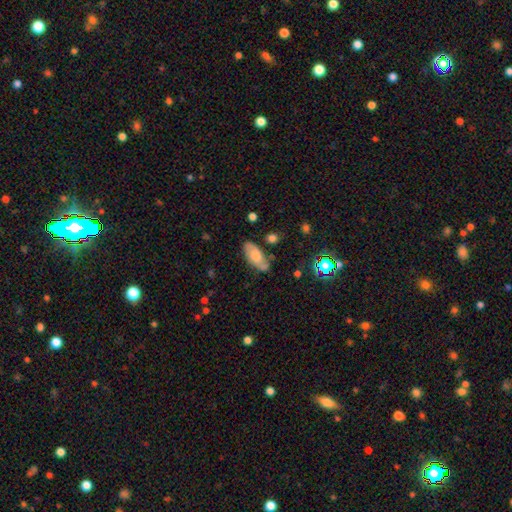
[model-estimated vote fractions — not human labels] smooth 63%, featured or disk 28%, star or artifact 8%. Down the decision tree: how rounded — in between (86%); merging — none (64%).